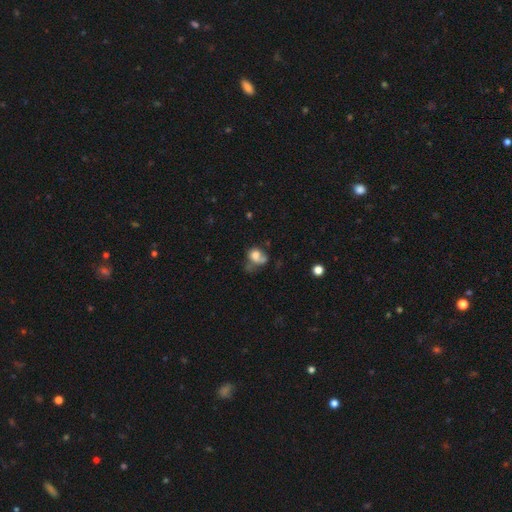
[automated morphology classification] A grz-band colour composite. It shows a smooth galaxy with no disk features (63%) that is round (49%, tied with in between). Merging: major disturbance (36%).